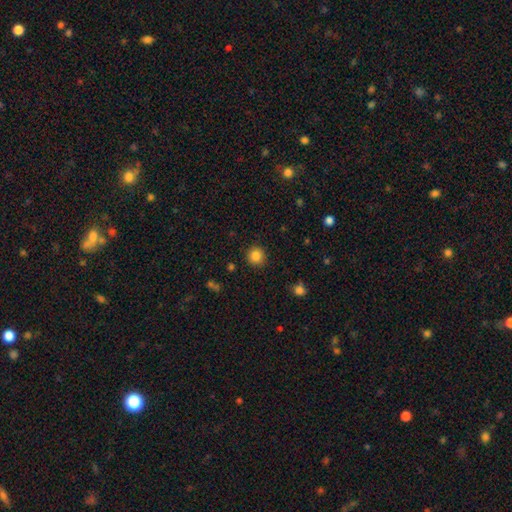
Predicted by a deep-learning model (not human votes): Morphology: type=smooth (85%); roundness=round (93%); merging=none (90%).